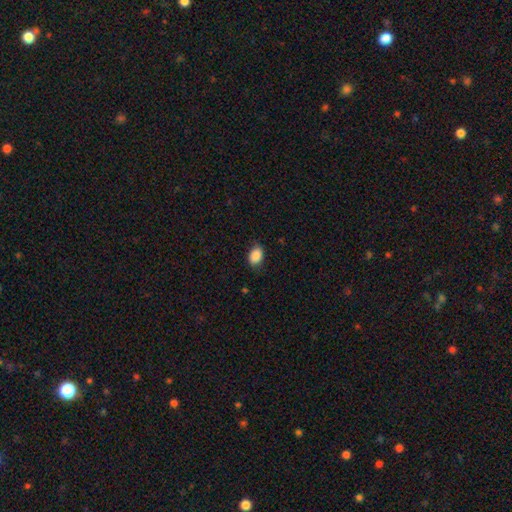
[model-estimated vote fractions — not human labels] Smooth or featured?
  - smooth: 88% *
  - star or artifact: 7%
  - featured or disk: 4%
How rounded?
  - in between: 80% *
  - round: 19%
  - cigar-shaped: 1%
Merging?
  - none: 79% *
  - minor disturbance: 16%
  - major disturbance: 3%
  - merger: 1%